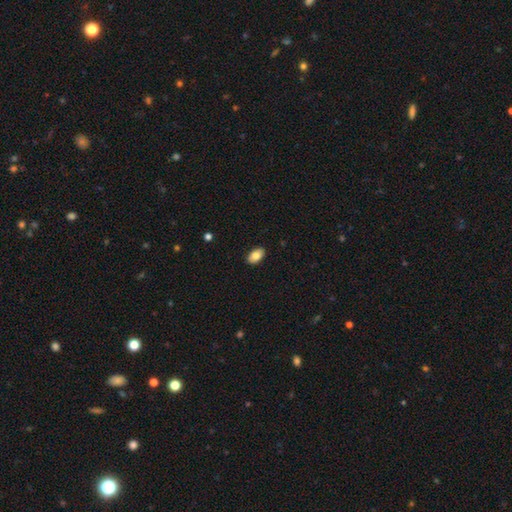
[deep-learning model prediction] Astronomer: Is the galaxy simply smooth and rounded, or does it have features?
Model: smooth — 82%.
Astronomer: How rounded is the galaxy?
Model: in between — 93%.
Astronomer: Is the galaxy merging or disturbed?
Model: none — 89%.